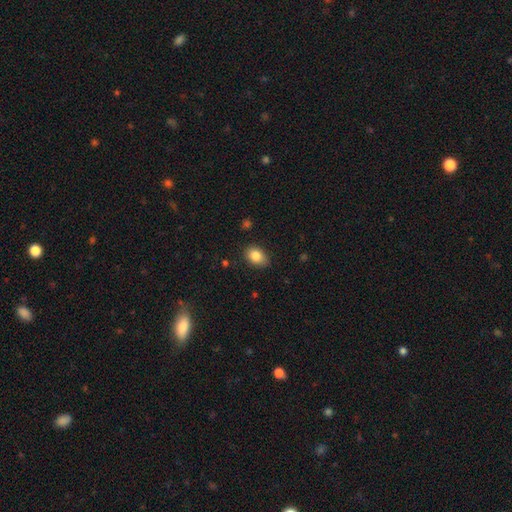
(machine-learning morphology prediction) A smooth galaxy with no disk features (84%) that is in between round and cigar-shaped (77%).

Vote fractions:
- Smooth or featured? smooth: 84% / star or artifact: 8% / featured or disk: 7%
- How rounded? in between: 77% / round: 22% / cigar-shaped: 1%
- Merging? none: 82% / minor disturbance: 15% / major disturbance: 3% / merger: 1%